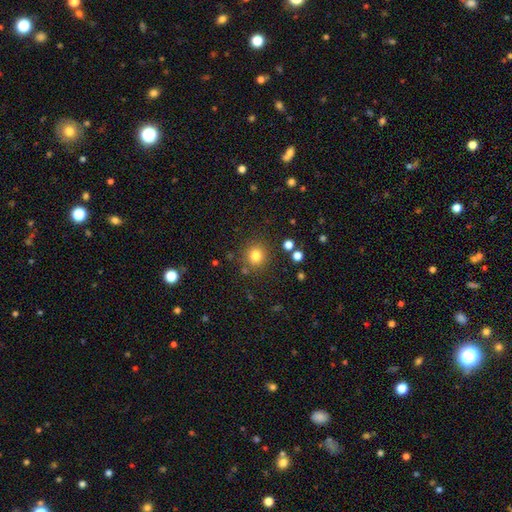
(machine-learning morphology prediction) A smooth galaxy with no disk features (80%) that is round (90%). Merging: none (84%).